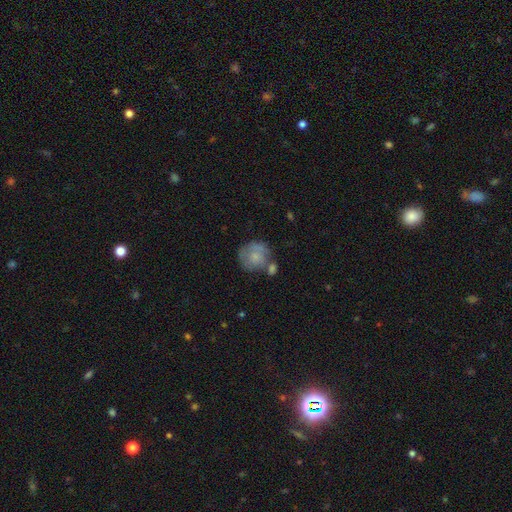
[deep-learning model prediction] Smooth or featured?
  - smooth: 64% *
  - featured or disk: 29%
  - star or artifact: 7%
How rounded?
  - round: 82% *
  - in between: 17%
  - cigar-shaped: 1%
Merging?
  - none: 44% *
  - merger: 23%
  - minor disturbance: 22%
  - major disturbance: 11%